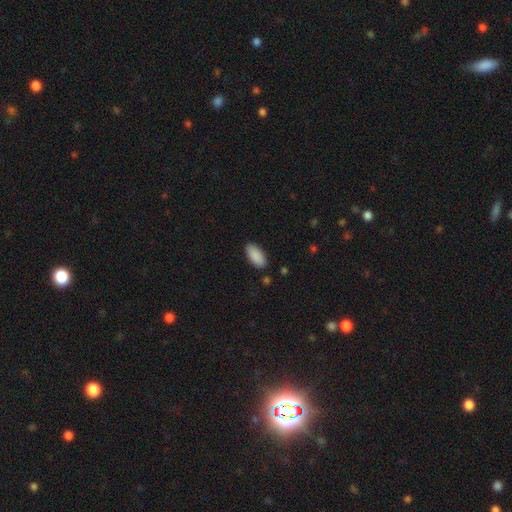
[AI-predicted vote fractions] Smooth or featured?
  - smooth: 90% *
  - star or artifact: 6%
  - featured or disk: 3%
How rounded?
  - in between: 92% *
  - cigar-shaped: 6%
  - round: 2%
Merging?
  - none: 87% *
  - minor disturbance: 9%
  - major disturbance: 2%
  - merger: 1%